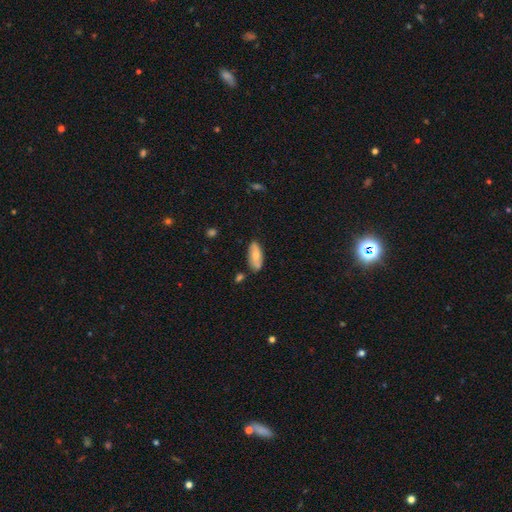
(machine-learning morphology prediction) smooth 67%, featured or disk 26%, star or artifact 6%. Down the decision tree: how rounded — in between (81%); merging — none (73%).